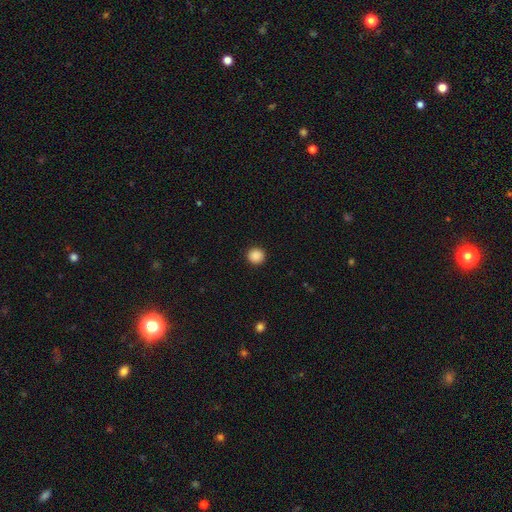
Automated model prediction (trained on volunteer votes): Smooth or featured? smooth (88%)
How rounded? round (94%)
Merging? none (93%)